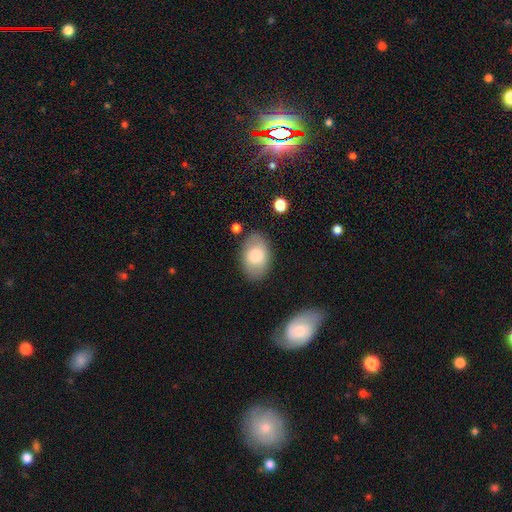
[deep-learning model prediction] Smooth or featured: smooth — 78% (featured or disk — 16%)
How rounded: in between — 88% (round — 11%)
Merging: none — 82% (minor disturbance — 12%)